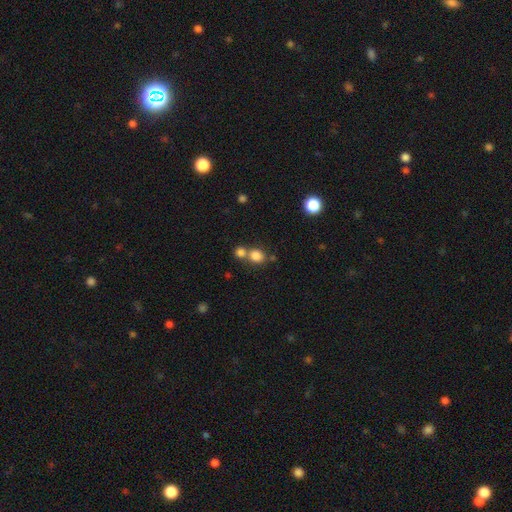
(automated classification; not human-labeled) Smooth or featured? Predicted: smooth (p=0.81). How rounded? Predicted: round (p=0.71). Merging? Predicted: none (p=0.49).